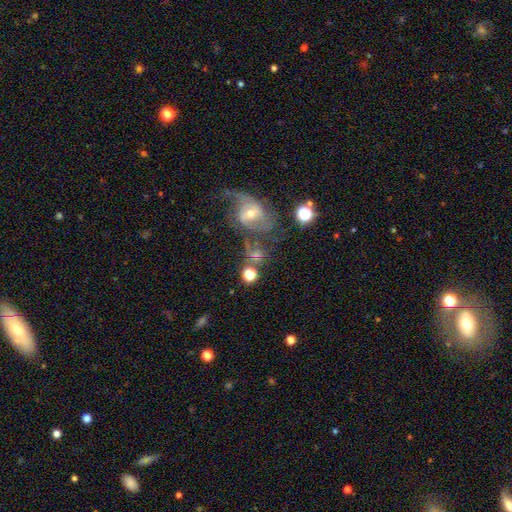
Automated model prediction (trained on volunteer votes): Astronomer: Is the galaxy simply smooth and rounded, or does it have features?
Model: featured or disk — 51% (runner-up: smooth, 31%).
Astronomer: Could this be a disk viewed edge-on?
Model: no — 94%.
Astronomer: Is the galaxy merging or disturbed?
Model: none — 40% (runner-up: major disturbance, 22%).